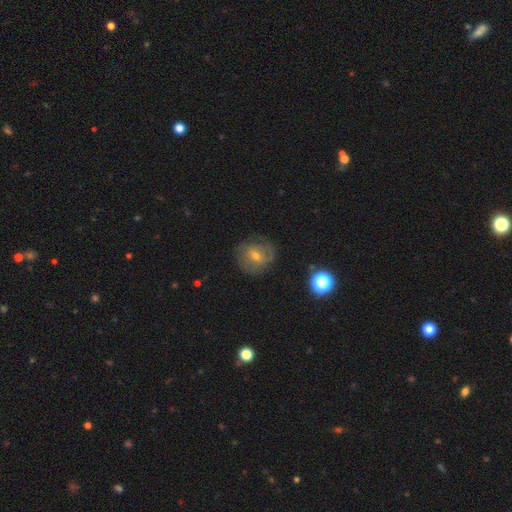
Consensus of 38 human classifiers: A featured or disk galaxy (58%) with a weak bar (75%), 1 (43%) medium (50%) spiral arms (70%) and a moderate central bulge (60%). Merging: none (61%).